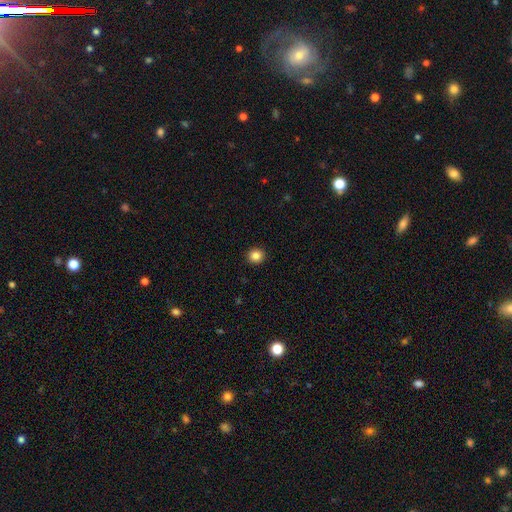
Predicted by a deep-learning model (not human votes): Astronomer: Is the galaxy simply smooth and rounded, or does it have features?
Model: smooth — 85%.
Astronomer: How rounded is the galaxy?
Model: round — 91%.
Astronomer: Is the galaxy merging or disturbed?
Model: none — 93%.